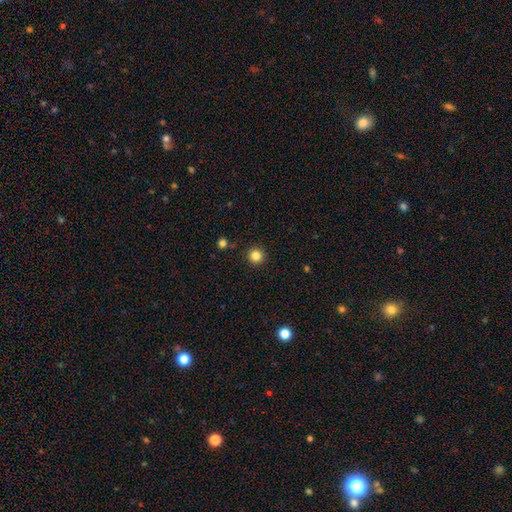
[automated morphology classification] type=smooth (84%); roundness=round (95%); merging=none (92%).